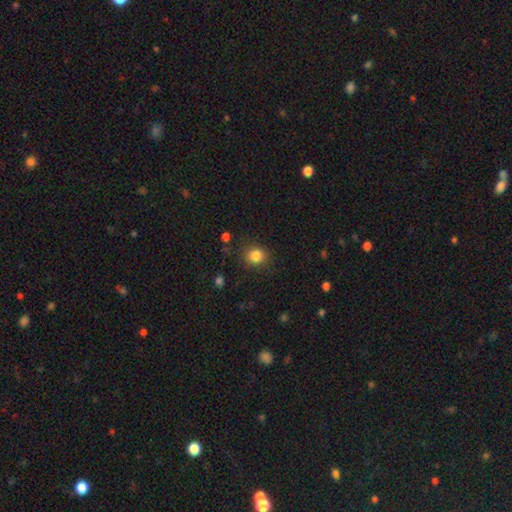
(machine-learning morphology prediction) smooth-or-featured: smooth: 85% | star or artifact: 11% | featured or disk: 5%
  how-rounded: round: 74% | in between: 25% | cigar-shaped: 1%
  merging: none: 83% | minor disturbance: 11% | major disturbance: 4% | merger: 2%